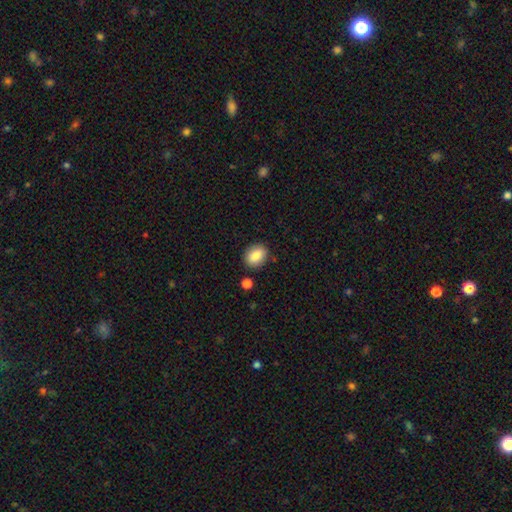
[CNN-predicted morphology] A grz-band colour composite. It shows a smooth galaxy with no disk features (86%) that is in between round and cigar-shaped (65%). Merging: none (85%).